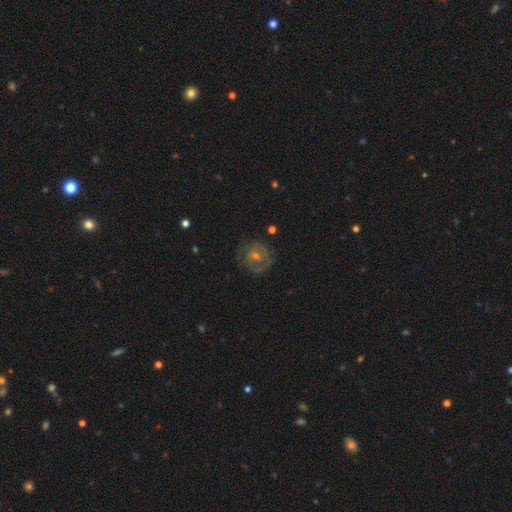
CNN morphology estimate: featured or disk 57%, smooth 28%, star or artifact 15%. Down the decision tree: edge-on disk — no (97%); bar — no (68%); spiral arms — yes (73%); bulge size — small (51%); merging — none (77%).